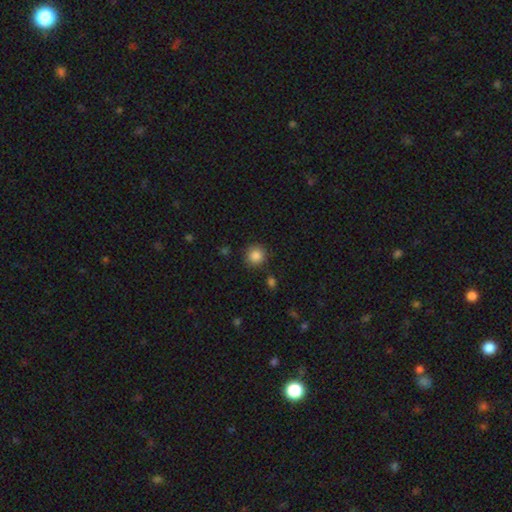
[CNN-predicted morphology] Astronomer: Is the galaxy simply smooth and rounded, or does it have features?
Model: smooth — 87%.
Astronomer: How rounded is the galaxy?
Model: round — 92%.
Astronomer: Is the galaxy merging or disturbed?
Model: none — 87%.